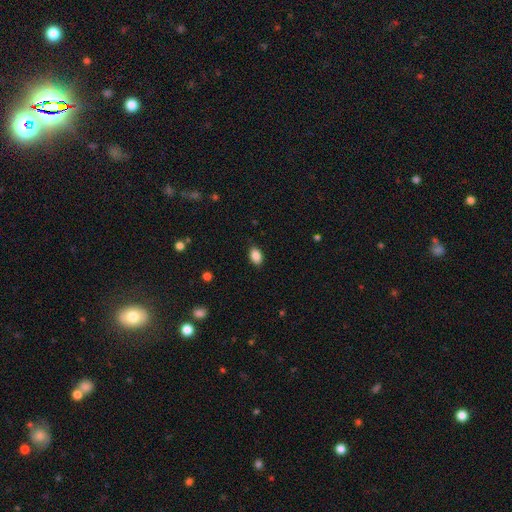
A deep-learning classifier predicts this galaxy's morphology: smooth-or-featured: smooth: 88% | star or artifact: 8% | featured or disk: 4%
  how-rounded: in between: 87% | round: 12% | cigar-shaped: 1%
  merging: none: 86% | minor disturbance: 11% | major disturbance: 2% | merger: 1%